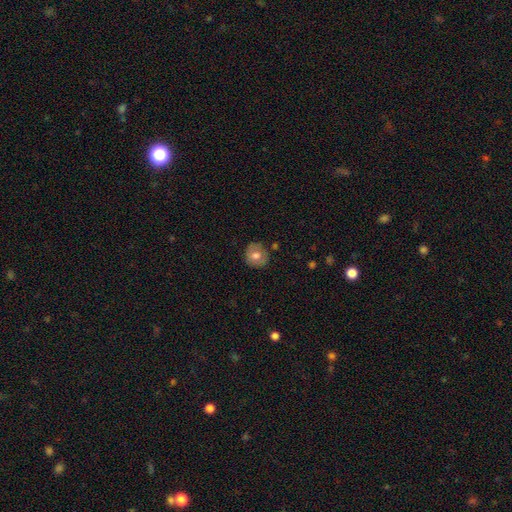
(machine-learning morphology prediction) This appears to be a smooth galaxy with no disk features (71%) that is round (87%). Merging: none (82%).